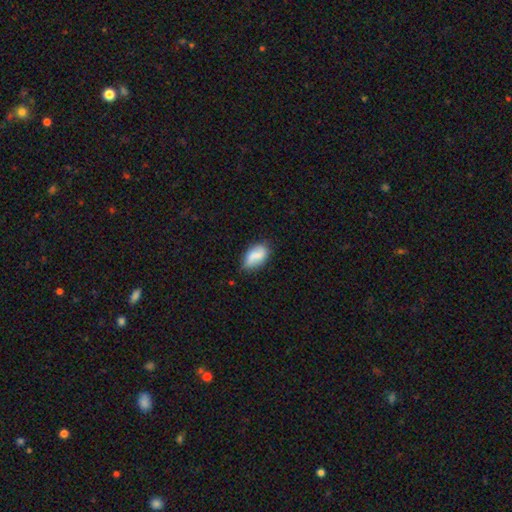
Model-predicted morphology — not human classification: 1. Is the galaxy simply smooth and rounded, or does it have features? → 77% smooth, 15% featured or disk, 8% star or artifact.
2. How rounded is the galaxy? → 92% in between, 5% round, 4% cigar-shaped.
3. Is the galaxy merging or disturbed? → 61% none, 30% minor disturbance, 6% major disturbance, 3% merger.